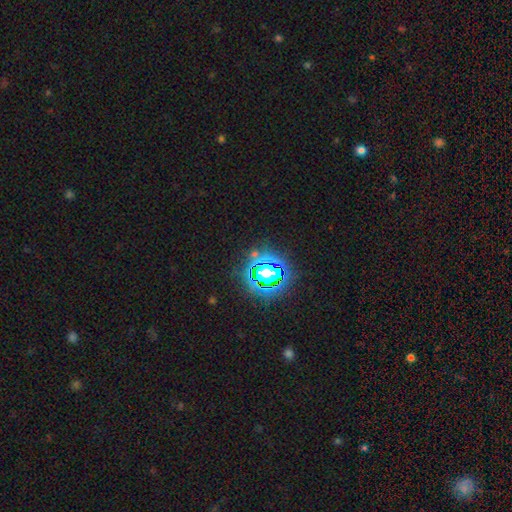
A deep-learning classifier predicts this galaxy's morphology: smooth_or_featured: star or artifact (p=0.75) [alt: smooth p=0.16]